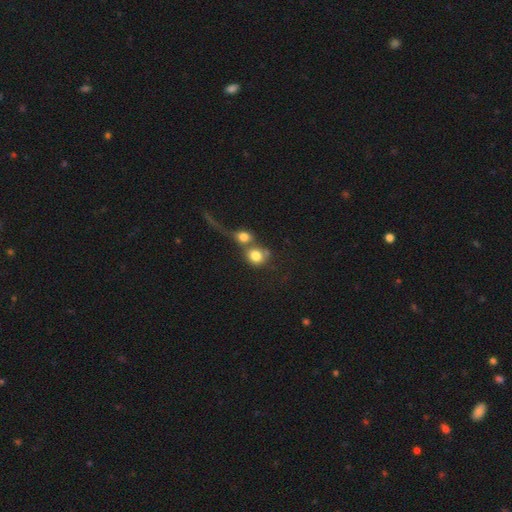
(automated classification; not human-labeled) Morphology: type=smooth (76%); roundness=round (72%); merging=merger (64%).